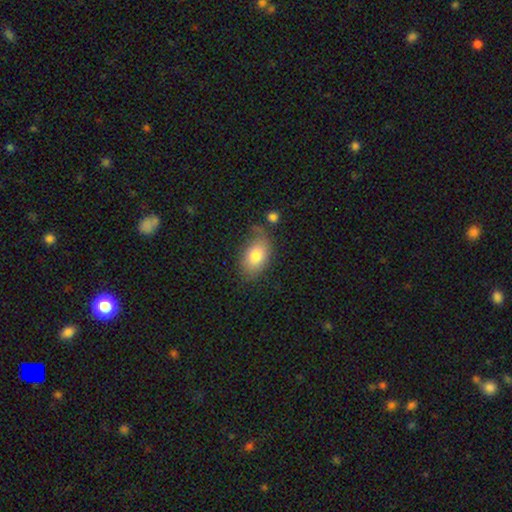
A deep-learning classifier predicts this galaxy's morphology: This appears to be a smooth galaxy with no disk features (79%) that is in between round and cigar-shaped (88%). Merging: none (62%).